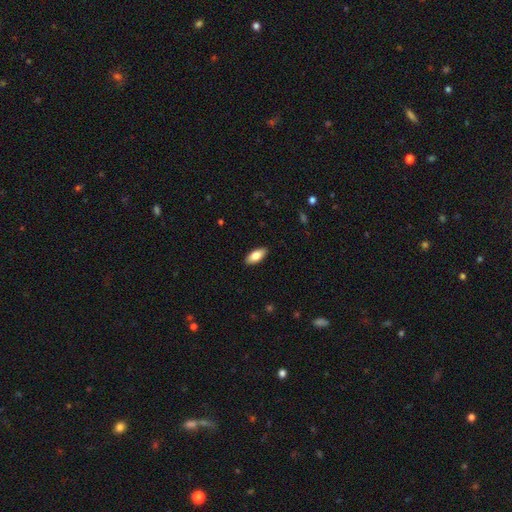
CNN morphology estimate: Overall: smooth (81%). How rounded: in between (85%). Merging: none (90%).